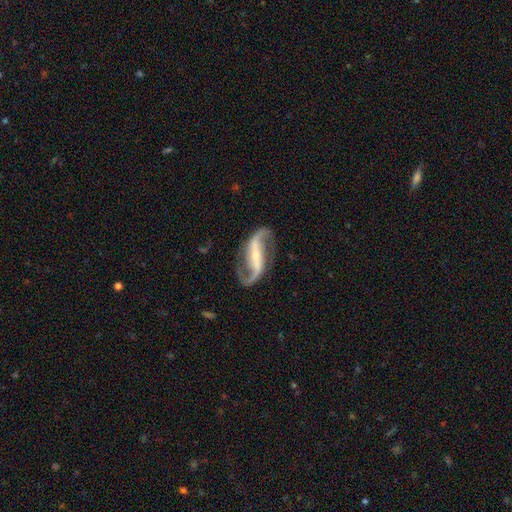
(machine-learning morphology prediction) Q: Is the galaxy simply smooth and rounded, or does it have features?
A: featured or disk — 92%.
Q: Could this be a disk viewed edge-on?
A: no — 96%.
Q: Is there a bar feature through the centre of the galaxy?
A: strong — 61%.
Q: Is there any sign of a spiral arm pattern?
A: yes — 97%.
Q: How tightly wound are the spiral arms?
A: loose — 62%.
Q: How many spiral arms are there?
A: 2 — 94%.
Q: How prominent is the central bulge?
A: small — 56%.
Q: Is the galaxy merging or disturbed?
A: none — 80%.